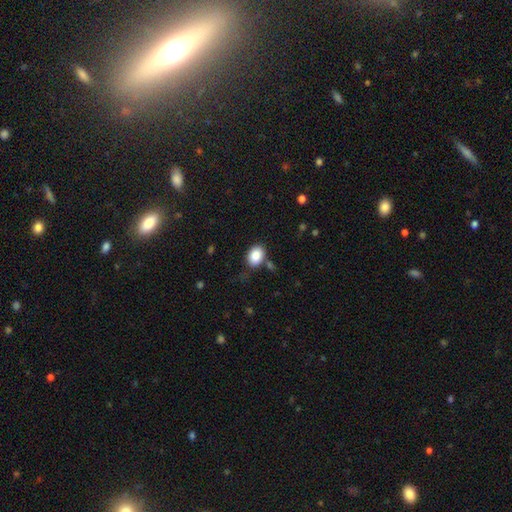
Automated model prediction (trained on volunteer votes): Smooth or featured: smooth — 87% (star or artifact — 8%)
How rounded: in between — 75% (round — 24%)
Merging: none — 76% (minor disturbance — 15%)